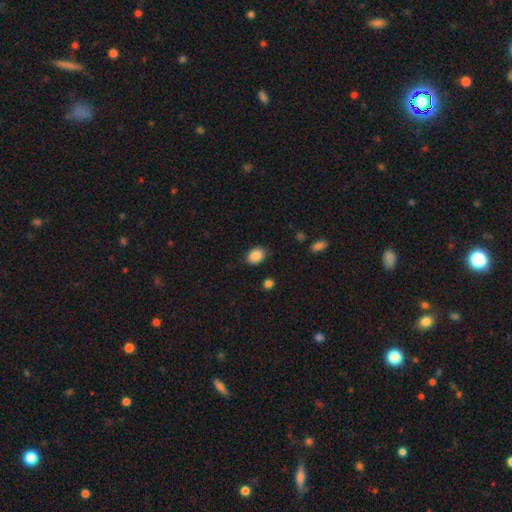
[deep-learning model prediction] The model was most divided on "how rounded": in between: 70%, round: 29%, cigar-shaped: 1%. More confident: smooth or featured — smooth (88%); merging — none (84%).